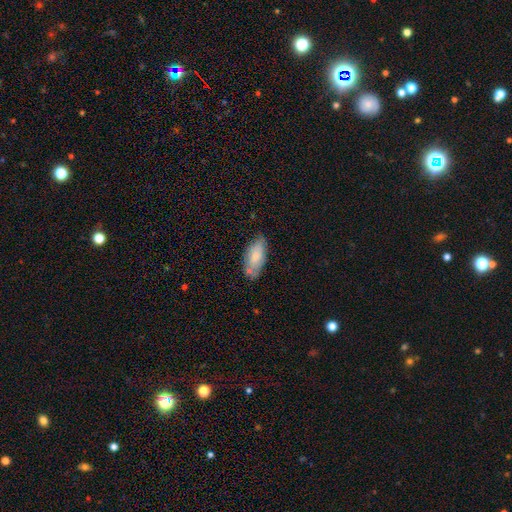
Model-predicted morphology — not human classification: Q: Smooth or featured?
A: smooth (72%); runner-up: featured or disk (22%)
Q: How rounded?
A: in between (89%); runner-up: cigar-shaped (9%)
Q: Merging?
A: none (63%); runner-up: minor disturbance (26%)